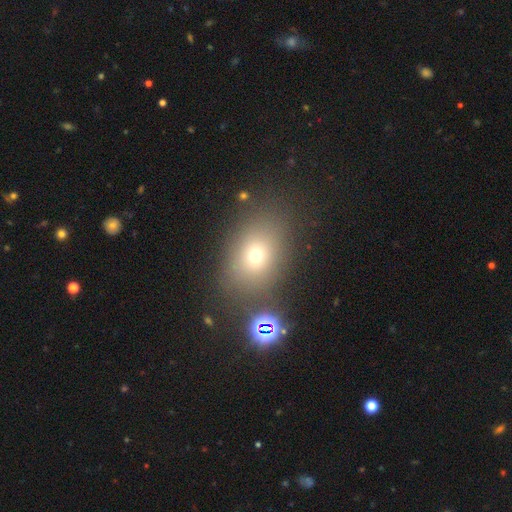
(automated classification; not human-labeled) smooth 66%, star or artifact 20%, featured or disk 14%. Down the decision tree: how rounded — in between (60%); merging — none (78%).